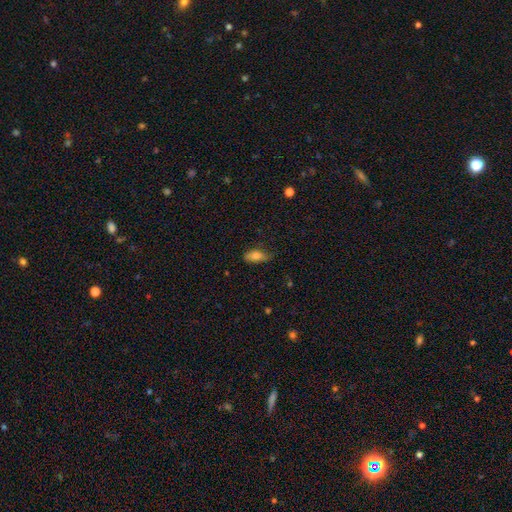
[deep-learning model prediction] smooth 79%, featured or disk 13%, star or artifact 8%. Down the decision tree: how rounded — in between (84%); merging — none (69%).